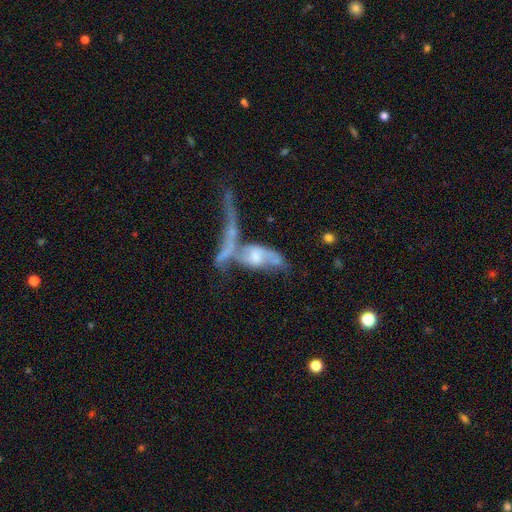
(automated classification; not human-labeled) Q: Smooth or featured?
A: featured or disk (65%); runner-up: smooth (25%)
Q: Edge-on disk?
A: no (76%); runner-up: yes (24%)
Q: Merging?
A: merger (61%); runner-up: major disturbance (18%)